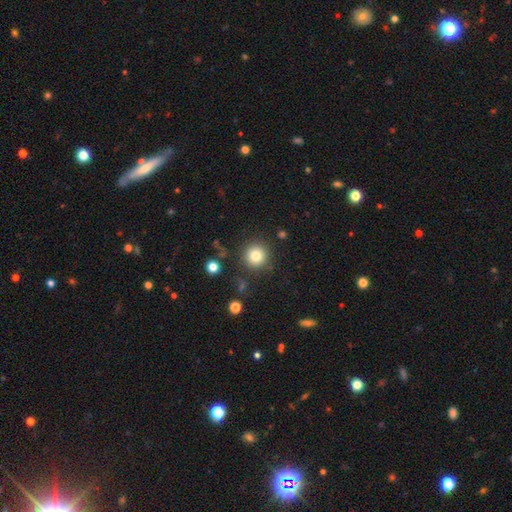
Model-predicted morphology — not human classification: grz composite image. It shows a smooth galaxy with no disk features (80%) that is round (94%). Merging: none (87%).